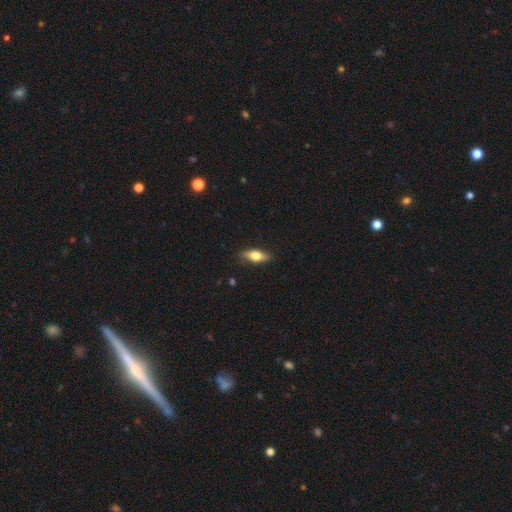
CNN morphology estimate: A smooth galaxy with no disk features (65%) that is in between round and cigar-shaped (68%). Merging: none (84%).